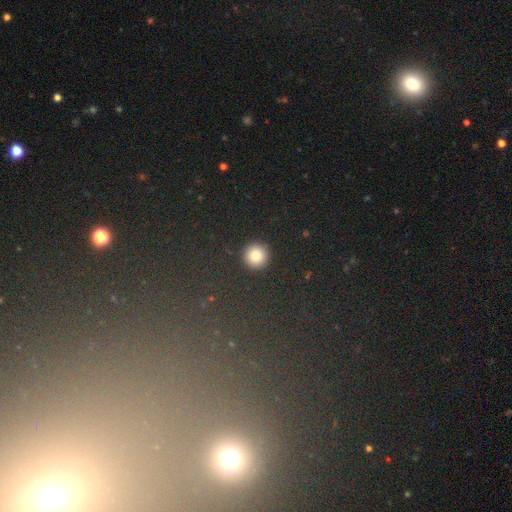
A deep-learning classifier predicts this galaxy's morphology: smooth_or_featured: smooth (p=0.85) [alt: star or artifact p=0.10]
how_rounded: round (p=0.95) [alt: in between p=0.04]
merging: none (p=0.92) [alt: minor disturbance p=0.05]